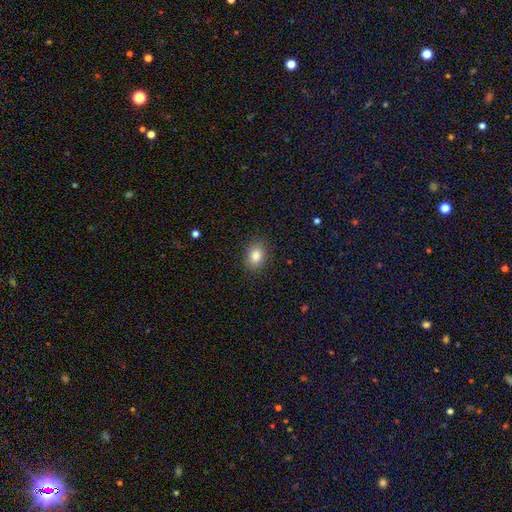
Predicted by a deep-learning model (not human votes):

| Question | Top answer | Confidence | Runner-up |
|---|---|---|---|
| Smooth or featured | smooth | 85% | star or artifact (9%) |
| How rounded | in between | 71% | round (28%) |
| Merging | none | 88% | minor disturbance (9%) |